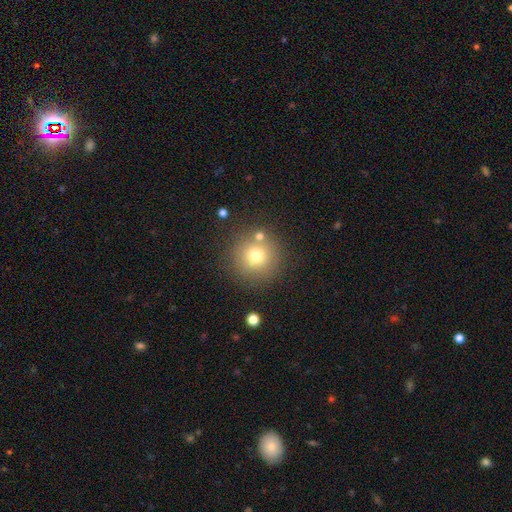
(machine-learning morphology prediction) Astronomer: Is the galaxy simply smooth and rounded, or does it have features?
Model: smooth — 73%.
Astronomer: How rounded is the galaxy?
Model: round — 95%.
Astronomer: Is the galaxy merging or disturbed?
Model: none — 81%.